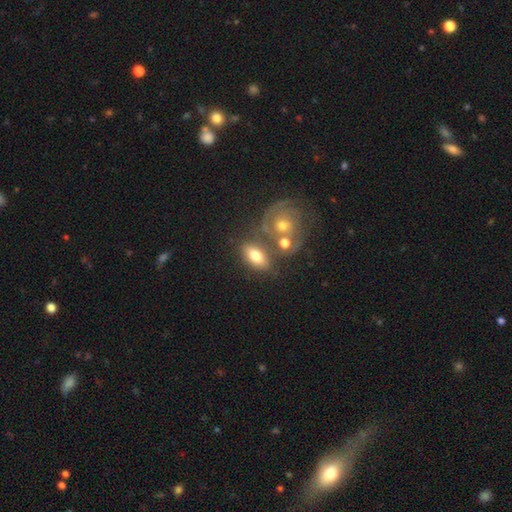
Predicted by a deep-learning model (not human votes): Smooth or featured?
  - smooth: 63% *
  - featured or disk: 28%
  - star or artifact: 9%
How rounded?
  - in between: 84% *
  - round: 10%
  - cigar-shaped: 6%
Merging?
  - none: 50% *
  - merger: 28%
  - minor disturbance: 15%
  - major disturbance: 7%